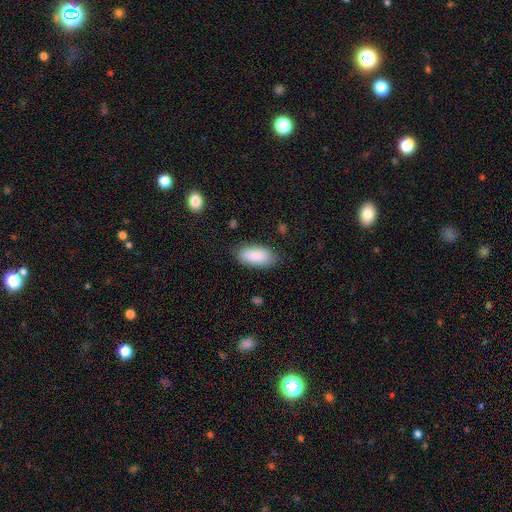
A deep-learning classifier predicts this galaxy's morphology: This appears to be a smooth galaxy with no disk features (87%) that is in between round and cigar-shaped (91%). Merging: none (81%).